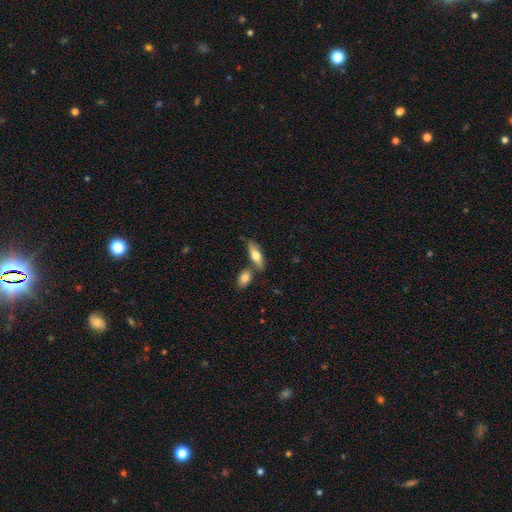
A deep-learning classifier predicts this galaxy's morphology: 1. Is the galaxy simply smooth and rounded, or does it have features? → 64% smooth, 30% featured or disk, 6% star or artifact.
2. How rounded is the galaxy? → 57% in between, 40% cigar-shaped, 3% round.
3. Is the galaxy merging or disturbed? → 63% none, 21% merger, 12% minor disturbance, 3% major disturbance.